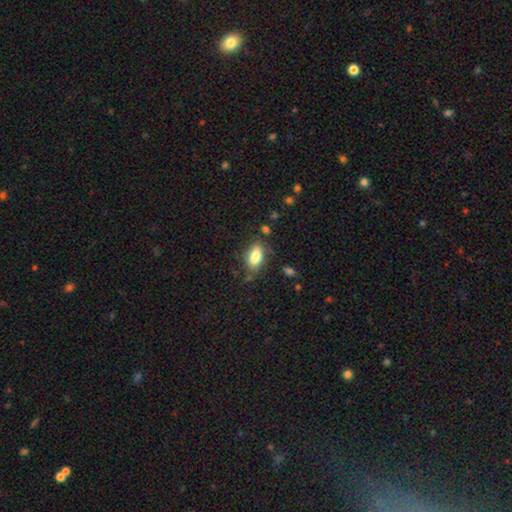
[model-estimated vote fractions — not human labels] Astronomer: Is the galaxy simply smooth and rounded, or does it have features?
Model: smooth — 83%.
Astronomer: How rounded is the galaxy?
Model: in between — 88%.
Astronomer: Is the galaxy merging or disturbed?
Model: none — 77%.